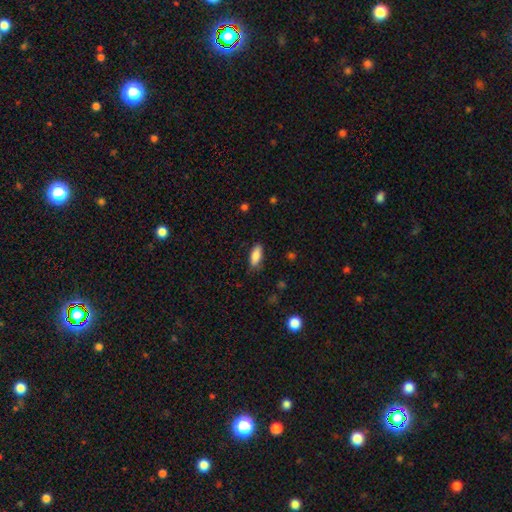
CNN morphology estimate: smooth_or_featured: smooth (p=0.87) [alt: star or artifact p=0.07]
how_rounded: in between (p=0.78) [alt: cigar-shaped p=0.20]
merging: none (p=0.82) [alt: minor disturbance p=0.14]